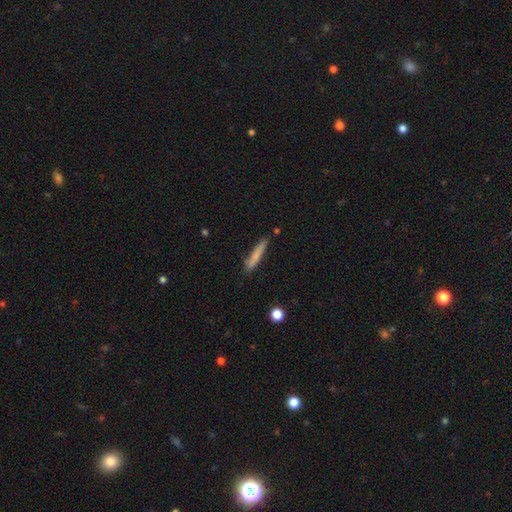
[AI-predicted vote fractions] Smooth or featured: smooth — 76% (featured or disk — 17%)
How rounded: cigar-shaped — 94% (in between — 5%)
Merging: none — 82% (minor disturbance — 13%)